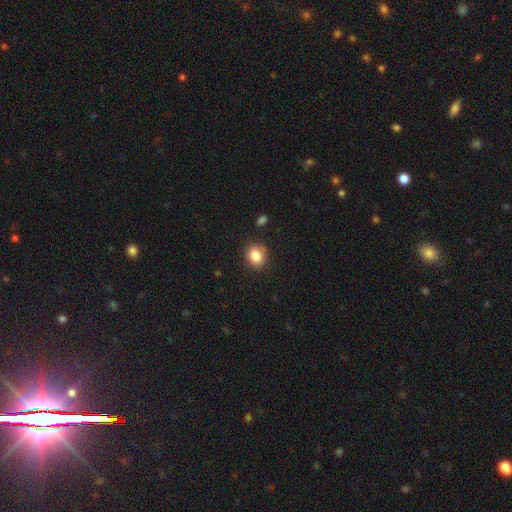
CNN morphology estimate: This appears to be a smooth galaxy with no disk features (85%) that is round (74%). Merging: none (85%).